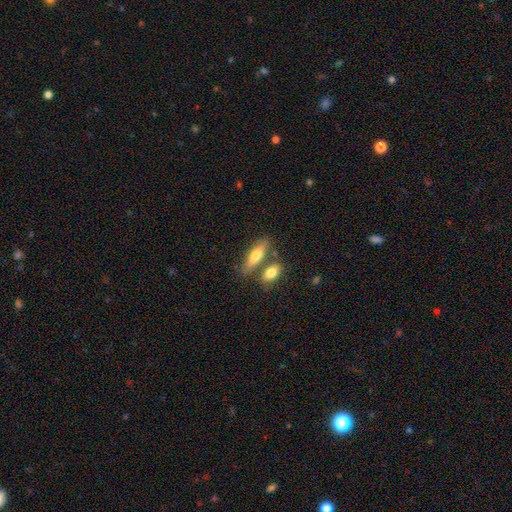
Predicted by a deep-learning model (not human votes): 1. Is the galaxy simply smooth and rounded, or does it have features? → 69% smooth, 25% featured or disk, 6% star or artifact.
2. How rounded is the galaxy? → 51% in between, 46% cigar-shaped, 3% round.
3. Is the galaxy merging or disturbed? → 60% none, 25% merger, 11% minor disturbance, 3% major disturbance.